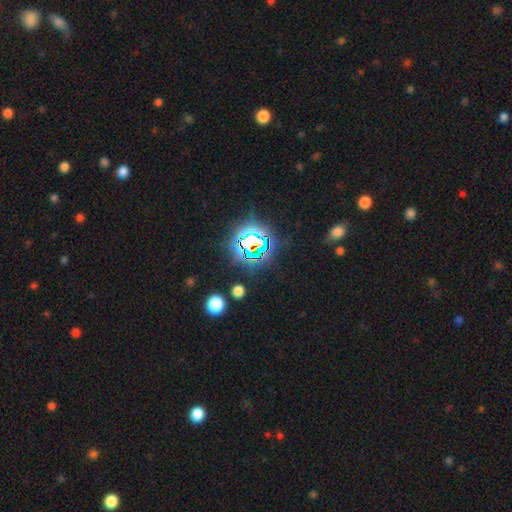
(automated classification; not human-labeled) Smooth or featured? Predicted: star or artifact (p=0.76).